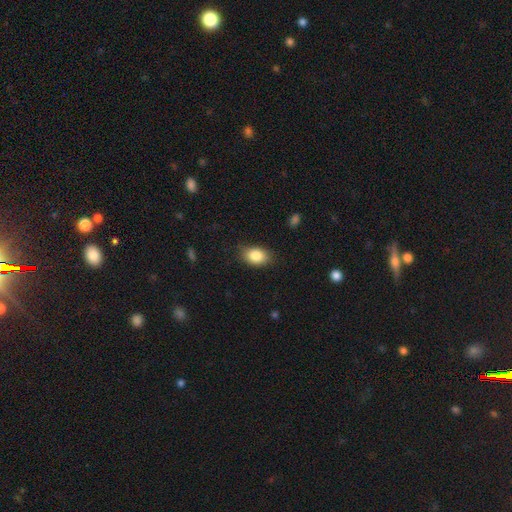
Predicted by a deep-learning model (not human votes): The model was most divided on "merging": none: 81%, minor disturbance: 15%, major disturbance: 3%, merger: 1%. More confident: smooth or featured — smooth (85%); how rounded — in between (83%).